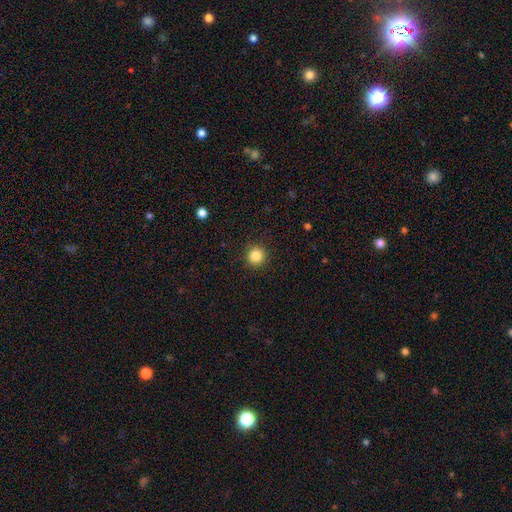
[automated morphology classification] A smooth galaxy with no disk features (84%) that is round (95%). Merging: none (92%).